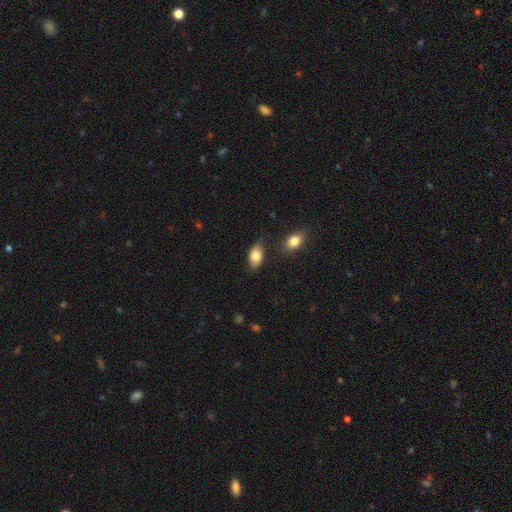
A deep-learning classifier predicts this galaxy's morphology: smooth 83%, featured or disk 10%, star or artifact 7%. Down the decision tree: how rounded — in between (92%); merging — none (77%).